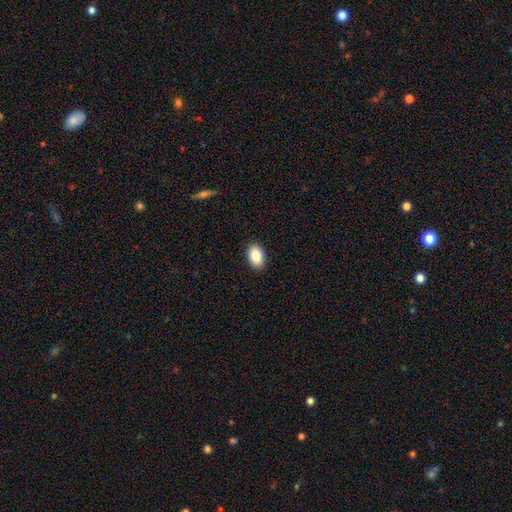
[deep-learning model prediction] Morphology: type=smooth (87%); roundness=in between (92%); merging=none (91%).